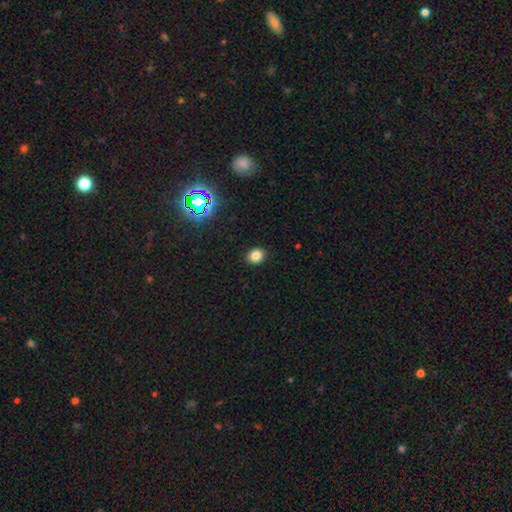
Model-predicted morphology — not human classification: type=smooth (82%); roundness=round (59%); merging=none (90%).